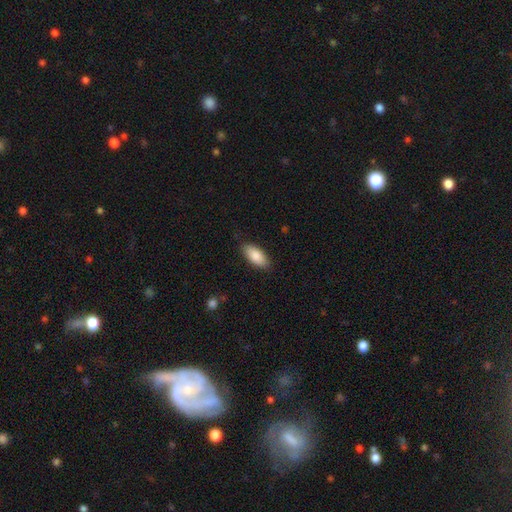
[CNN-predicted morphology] Smooth or featured? Predicted: smooth (p=0.86). How rounded? Predicted: in between (p=0.87). Merging? Predicted: none (p=0.85).